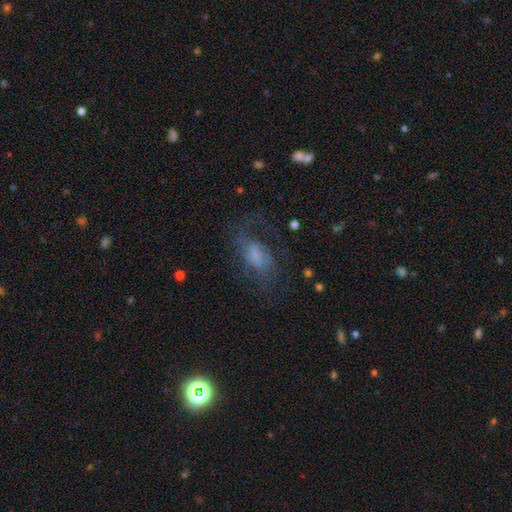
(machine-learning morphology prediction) type=featured or disk (52%); edge-on=no (94%); merging=none (48%).